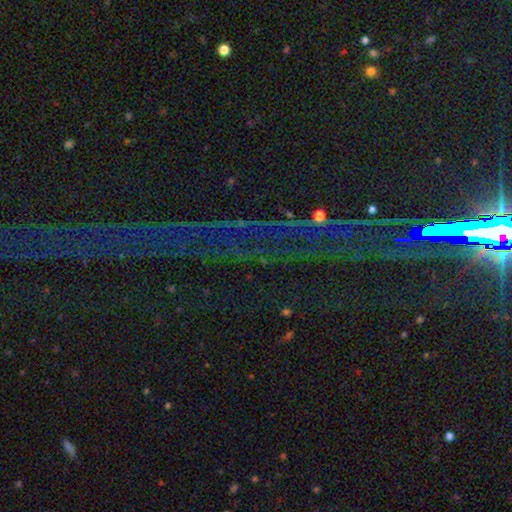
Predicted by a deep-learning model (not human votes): This is clearly a star or artifact rather than a galaxy (83%).